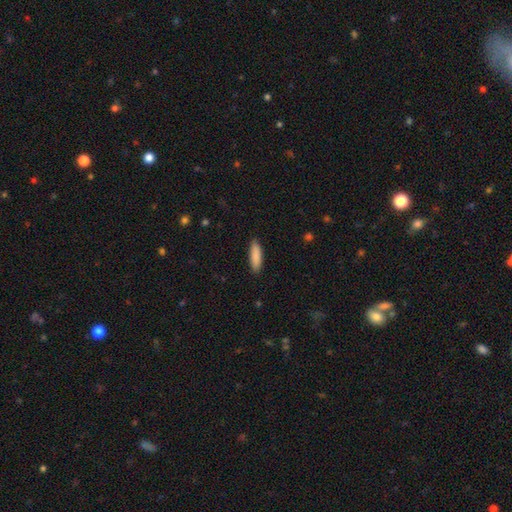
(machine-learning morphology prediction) Smooth or featured: smooth — 88% (featured or disk — 7%)
How rounded: cigar-shaped — 61% (in between — 37%)
Merging: none — 89% (minor disturbance — 9%)